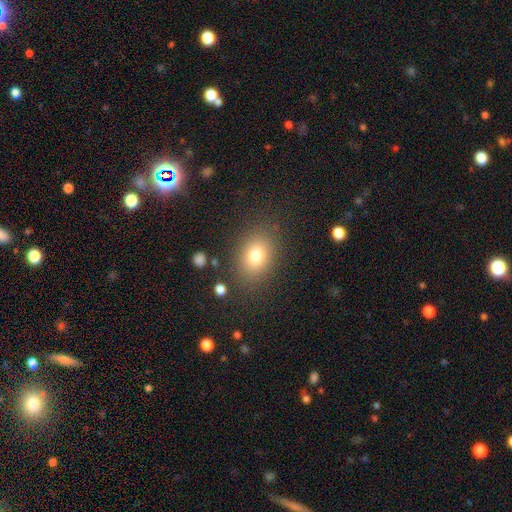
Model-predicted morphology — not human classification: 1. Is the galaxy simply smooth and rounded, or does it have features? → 78% smooth, 12% star or artifact, 10% featured or disk.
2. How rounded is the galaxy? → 67% in between, 32% round, 1% cigar-shaped.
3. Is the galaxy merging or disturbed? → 84% none, 10% minor disturbance, 4% major disturbance, 2% merger.